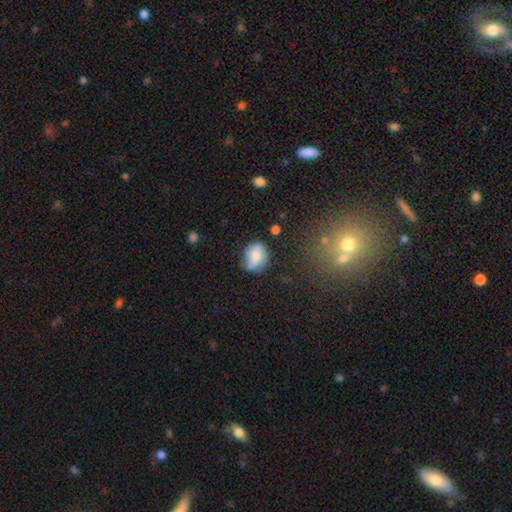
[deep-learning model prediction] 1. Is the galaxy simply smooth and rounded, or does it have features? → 48% smooth, 43% featured or disk, 9% star or artifact.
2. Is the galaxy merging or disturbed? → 52% none, 30% minor disturbance, 14% major disturbance, 4% merger.